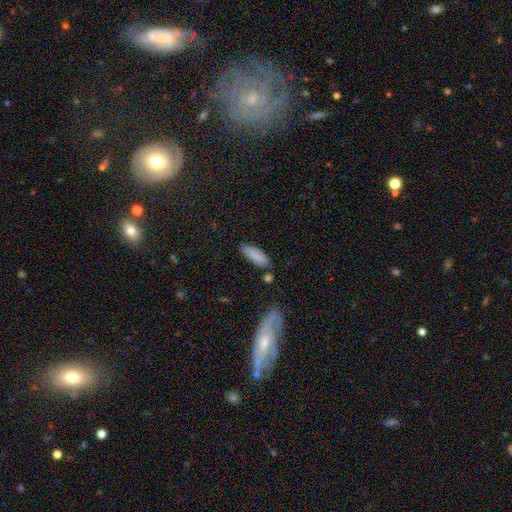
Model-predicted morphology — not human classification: This appears to be a smooth galaxy with no disk features (85%) that is in between round and cigar-shaped (64%). Merging: none (77%).